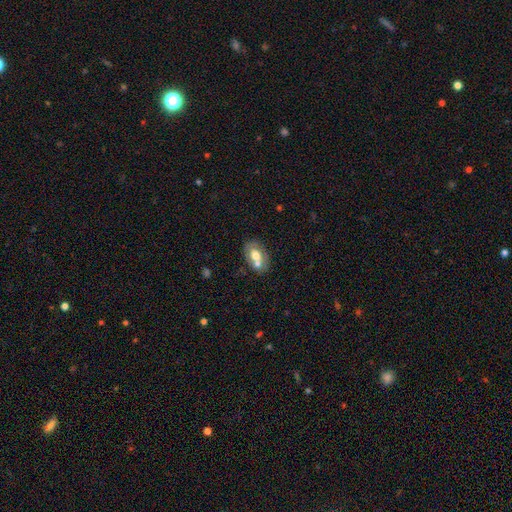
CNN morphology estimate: The model was most divided on "merging": none: 47%, merger: 33%, minor disturbance: 15%, major disturbance: 5%. More confident: how rounded — in between (81%); smooth or featured — smooth (61%).